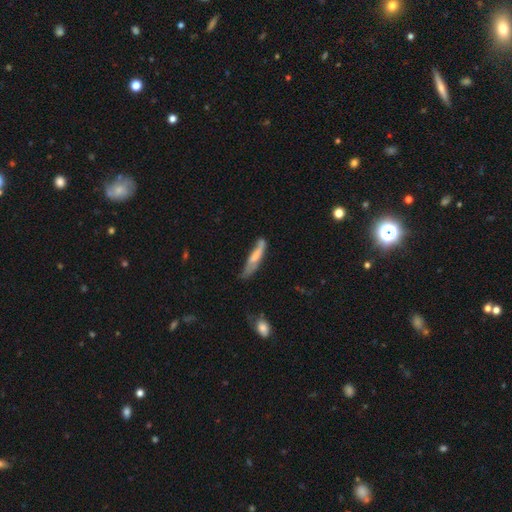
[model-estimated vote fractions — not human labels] smooth 61%, featured or disk 33%, star or artifact 6%. Down the decision tree: how rounded — cigar-shaped (84%); merging — none (48%).